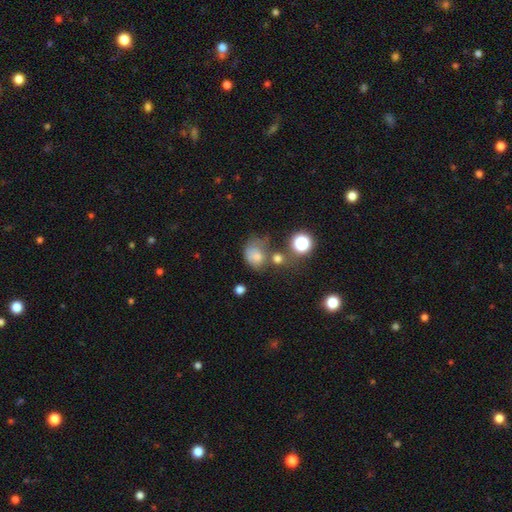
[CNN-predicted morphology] Smooth or featured: smooth — 69% (star or artifact — 16%)
How rounded: round — 50% (in between — 49%)
Merging: none — 31% (minor disturbance — 24%)